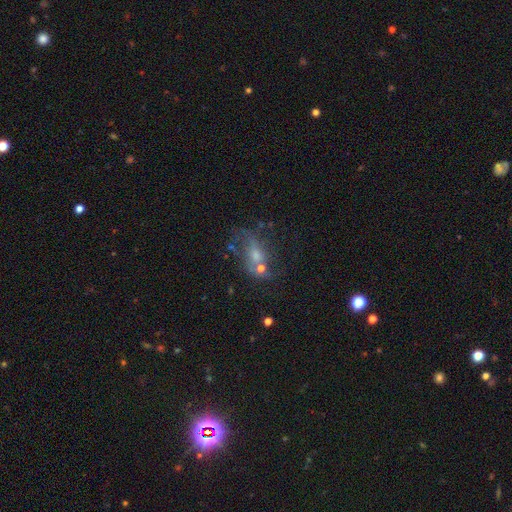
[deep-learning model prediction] Smooth or featured? featured or disk (51%)
Edge-on disk? no (91%)
Merging? none (41%)